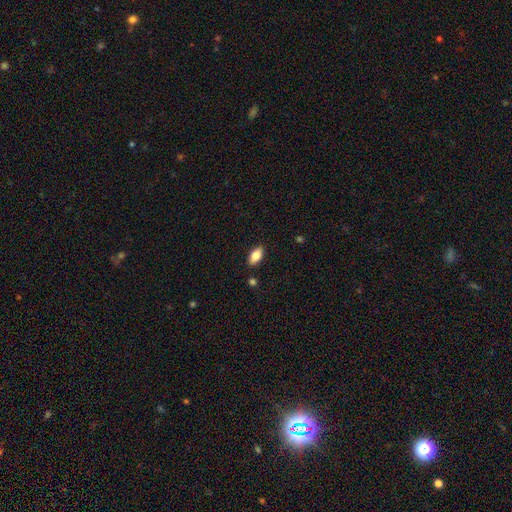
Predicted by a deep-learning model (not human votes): A smooth galaxy with no disk features (82%) that is in between round and cigar-shaped (91%). Merging: none (88%).